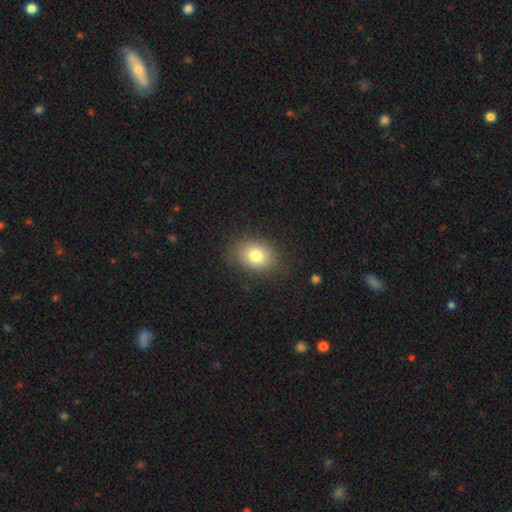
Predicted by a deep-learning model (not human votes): Morphology: type=smooth (79%); roundness=in between (66%); merging=none (84%).